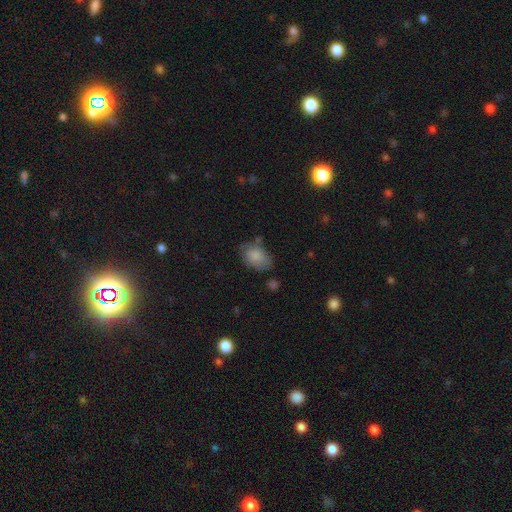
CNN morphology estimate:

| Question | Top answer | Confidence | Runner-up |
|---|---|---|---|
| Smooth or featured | smooth | 83% | featured or disk (10%) |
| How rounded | in between | 84% | round (15%) |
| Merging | none | 55% | minor disturbance (30%) |